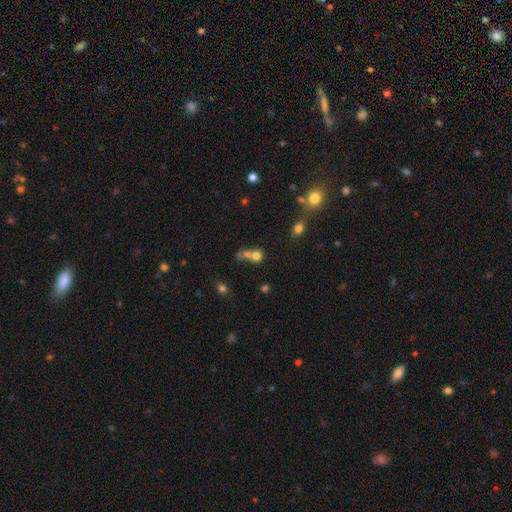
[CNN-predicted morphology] A smooth galaxy with no disk features (70%) that is round (73%).

Vote fractions:
- Smooth or featured? smooth: 70% / star or artifact: 16% / featured or disk: 14%
- How rounded? round: 73% / in between: 25% / cigar-shaped: 2%
- Merging? merger: 55% / none: 30% / minor disturbance: 8% / major disturbance: 7%